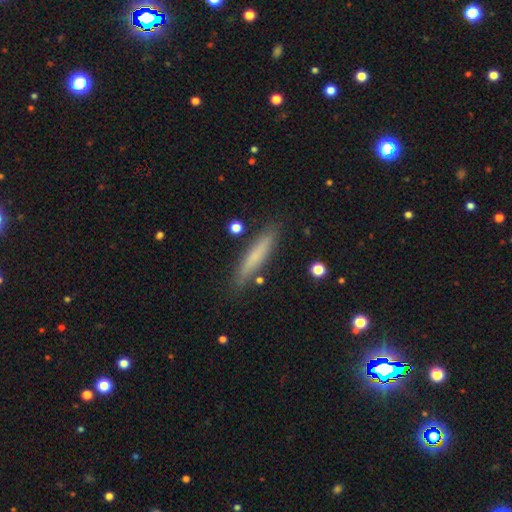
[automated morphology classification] smooth_or_featured: smooth (p=0.70) [alt: featured or disk p=0.22]
how_rounded: cigar-shaped (p=0.90) [alt: in between p=0.08]
merging: none (p=0.86) [alt: minor disturbance p=0.10]